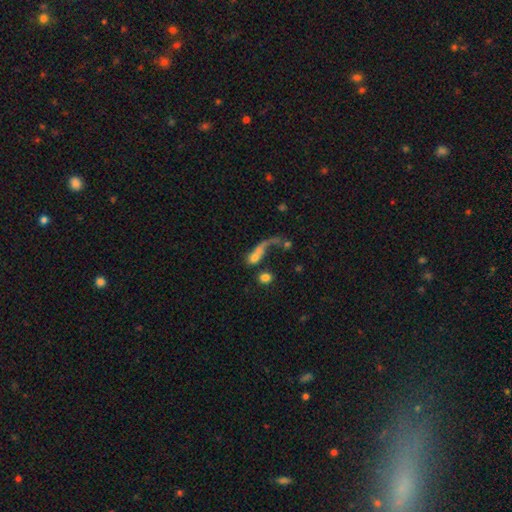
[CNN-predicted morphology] Q: Smooth or featured?
A: smooth (55%); runner-up: featured or disk (32%)
Q: How rounded?
A: in between (54%); runner-up: round (28%)
Q: Merging?
A: merger (36%); runner-up: major disturbance (35%)